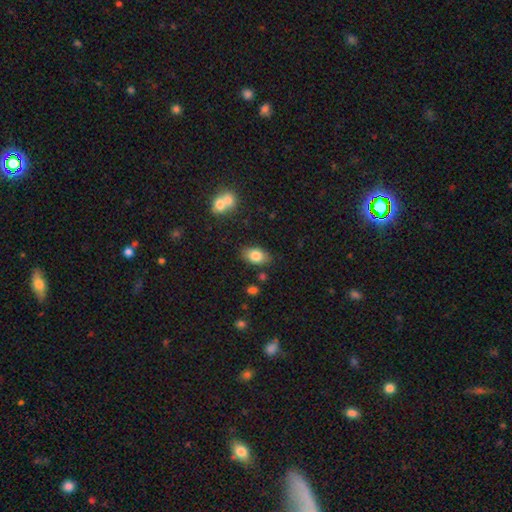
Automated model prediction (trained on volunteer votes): This is clearly a smooth galaxy (81%). How rounded: clearly in between (87%). Merging: clearly none (80%).